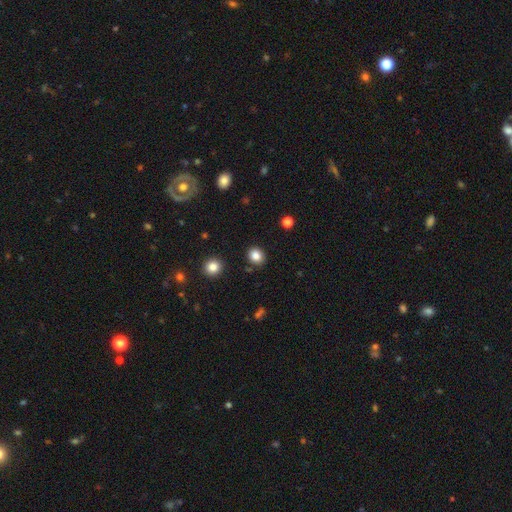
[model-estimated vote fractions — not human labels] Smooth or featured: smooth — 85% (star or artifact — 11%)
How rounded: round — 71% (in between — 28%)
Merging: none — 87% (minor disturbance — 8%)